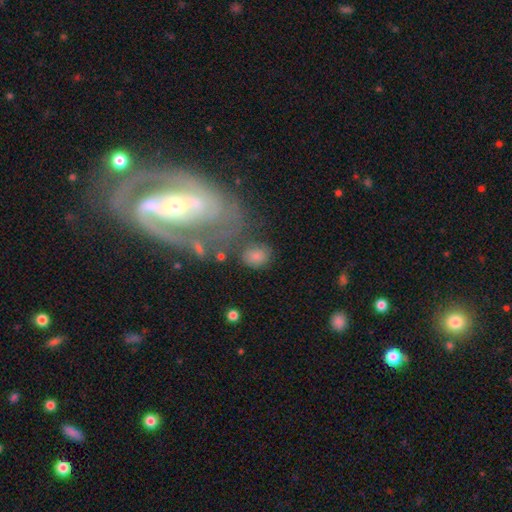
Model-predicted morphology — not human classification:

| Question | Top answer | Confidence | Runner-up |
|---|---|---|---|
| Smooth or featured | smooth | 60% | featured or disk (29%) |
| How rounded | in between | 57% | round (41%) |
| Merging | none | 62% | minor disturbance (16%) |